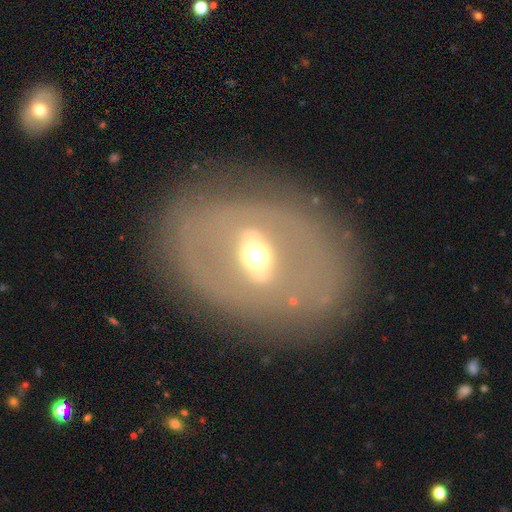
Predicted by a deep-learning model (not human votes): Smooth or featured: featured or disk — 65% (smooth — 26%)
Edge-on disk: no — 84% (yes — 16%)
Bar: strong — 48% (weak — 28%)
Spiral arms: no — 87% (yes — 13%)
Bulge size: moderate — 64% (small — 17%)
Merging: none — 77% (minor disturbance — 12%)